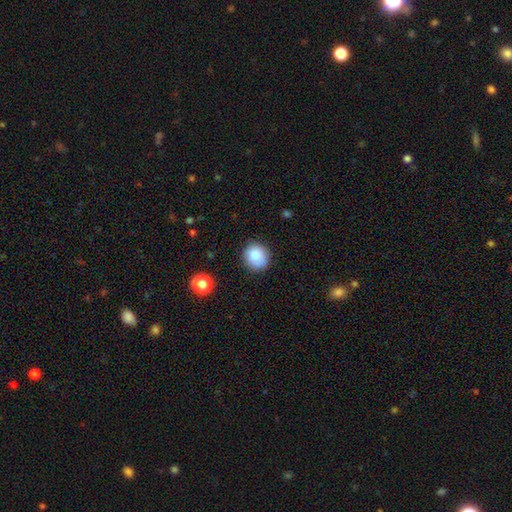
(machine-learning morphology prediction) Q: Smooth or featured?
A: smooth (86%); runner-up: star or artifact (9%)
Q: How rounded?
A: round (86%); runner-up: in between (13%)
Q: Merging?
A: none (87%); runner-up: minor disturbance (10%)